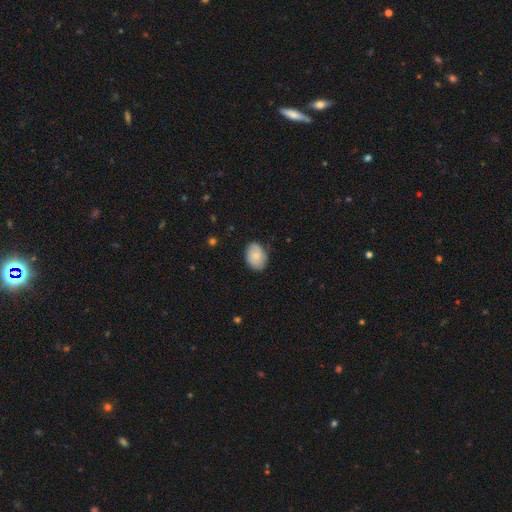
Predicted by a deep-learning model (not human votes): Smooth or featured? Predicted: smooth (p=0.71). How rounded? Predicted: in between (p=0.74). Merging? Predicted: none (p=0.72).